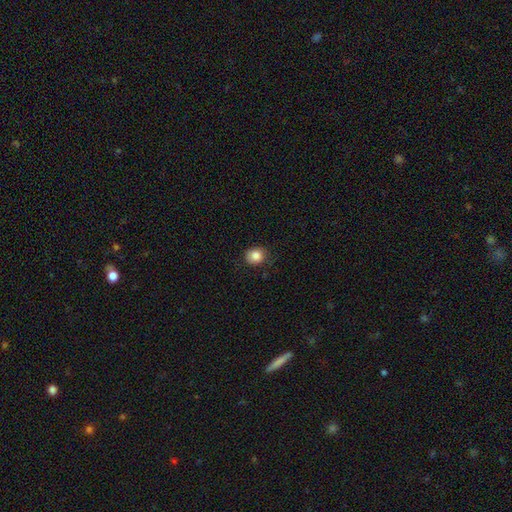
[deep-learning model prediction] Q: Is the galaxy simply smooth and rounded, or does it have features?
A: smooth — 85%.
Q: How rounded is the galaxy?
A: round — 78%.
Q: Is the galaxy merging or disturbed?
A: none — 80%.